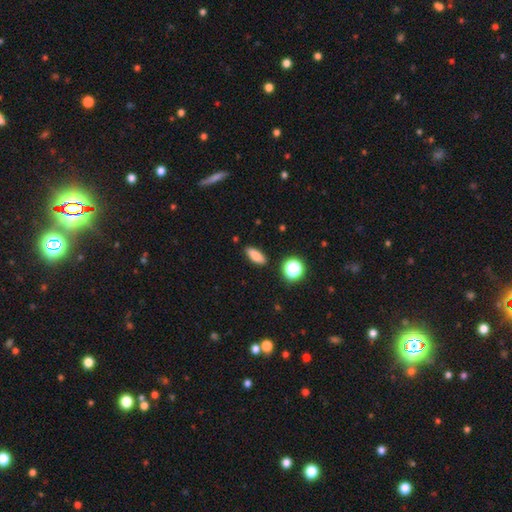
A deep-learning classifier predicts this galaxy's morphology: The model was most divided on "how rounded": in between: 72%, cigar-shaped: 21%, round: 7%. More confident: merging — none (87%); smooth or featured — smooth (81%).